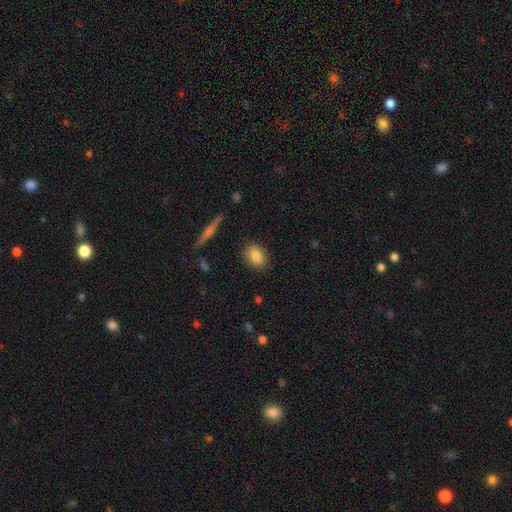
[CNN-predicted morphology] A smooth galaxy with no disk features (85%) that is in between round and cigar-shaped (65%). Merging: none (85%).